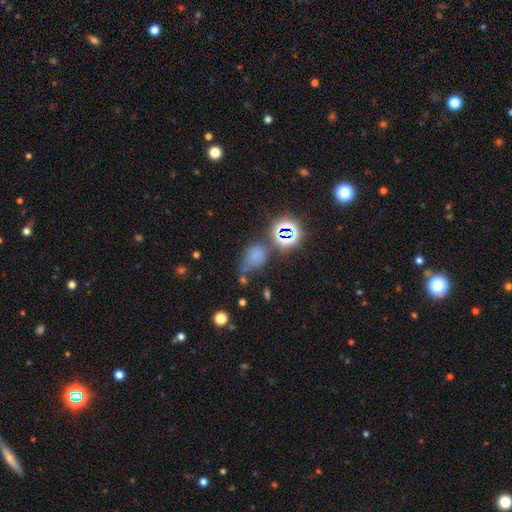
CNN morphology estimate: A smooth galaxy with no disk features (59%) that is in between round and cigar-shaped (59%). Merging: none (46%).